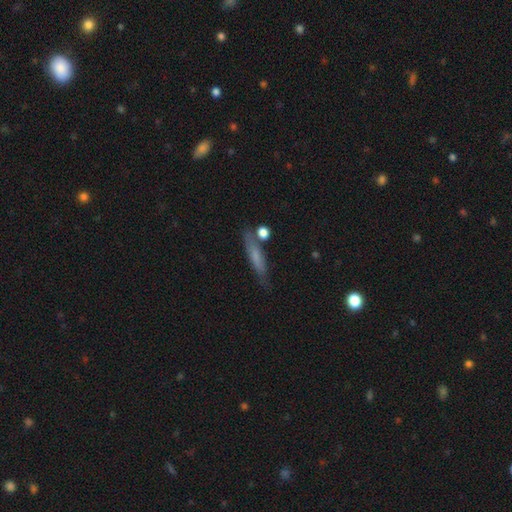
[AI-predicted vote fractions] This appears to be a smooth galaxy with no disk features (58%) that is cigar-shaped (82%). Merging: none (74%).